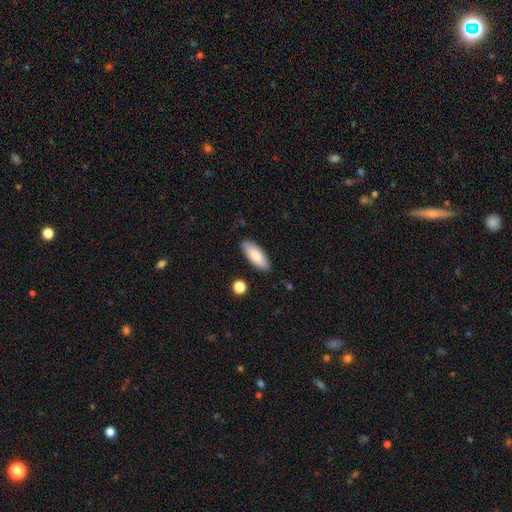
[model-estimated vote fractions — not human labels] Morphology: type=smooth (83%); roundness=in between (77%); merging=none (86%).